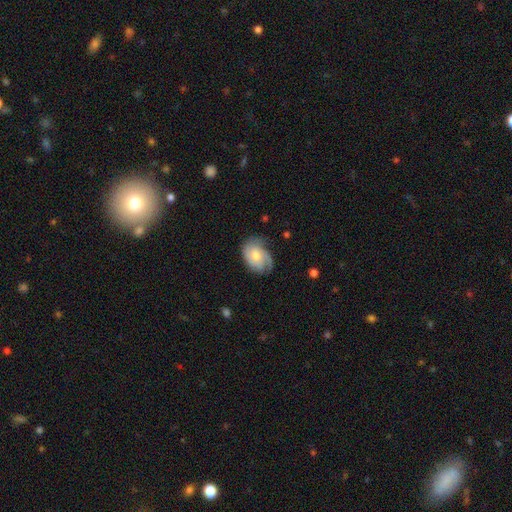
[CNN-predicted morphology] This appears to be a featured or disk galaxy (55%) with no bar (69%), spiral arms (87%) and a moderate central bulge (55%). Merging: none (60%).